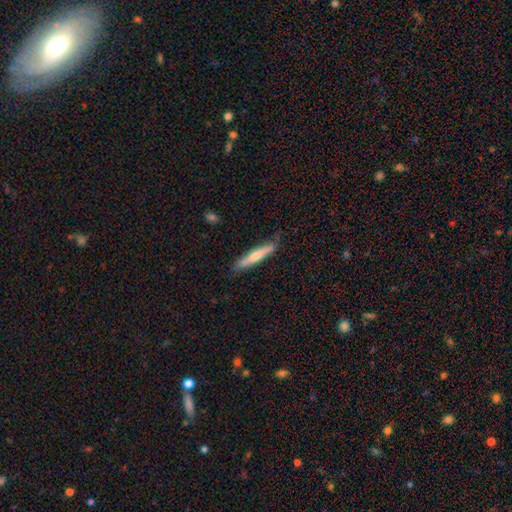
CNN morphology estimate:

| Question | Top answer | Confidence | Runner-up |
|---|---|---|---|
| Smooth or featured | smooth | 55% | featured or disk (40%) |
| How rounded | cigar-shaped | 92% | in between (7%) |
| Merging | none | 81% | minor disturbance (15%) |